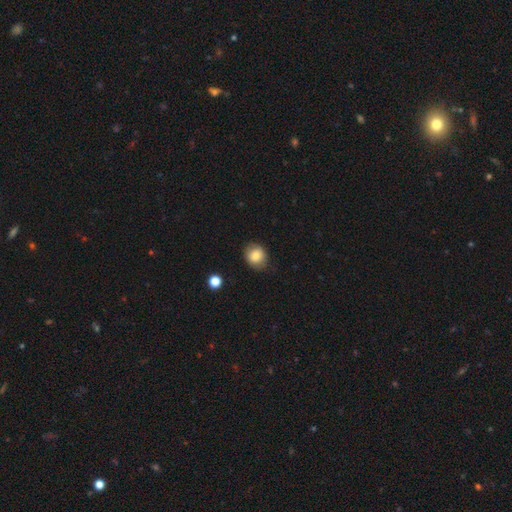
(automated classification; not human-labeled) smooth-or-featured: smooth: 82% | featured or disk: 10% | star or artifact: 9%
  how-rounded: round: 69% | in between: 31% | cigar-shaped: 1%
  merging: none: 80% | minor disturbance: 16% | major disturbance: 3% | merger: 1%